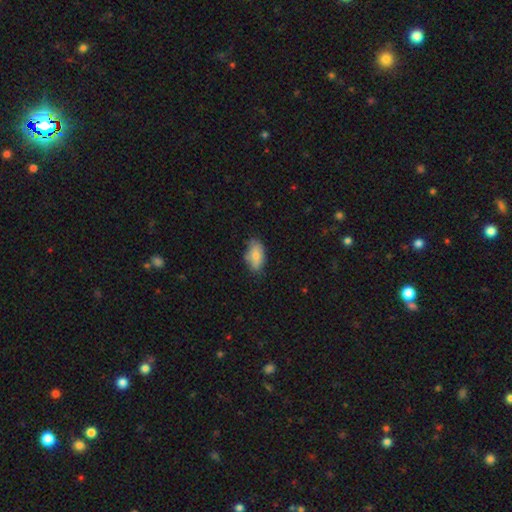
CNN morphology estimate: Smooth or featured?
  - smooth: 81% *
  - featured or disk: 12%
  - star or artifact: 7%
How rounded?
  - in between: 92% *
  - cigar-shaped: 4%
  - round: 4%
Merging?
  - none: 68% *
  - minor disturbance: 25%
  - major disturbance: 5%
  - merger: 2%